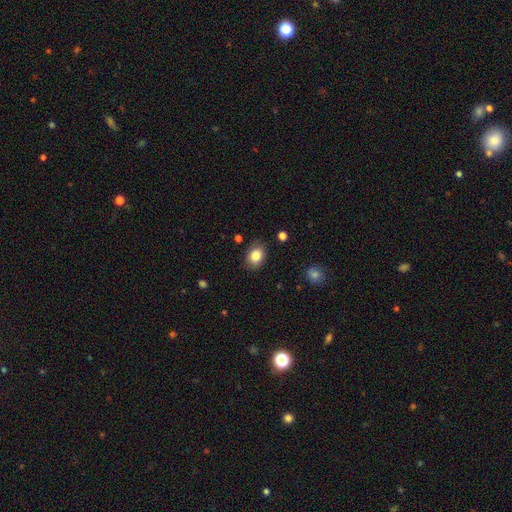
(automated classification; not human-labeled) Q: Smooth or featured?
A: smooth (83%); runner-up: star or artifact (9%)
Q: How rounded?
A: in between (67%); runner-up: round (32%)
Q: Merging?
A: none (84%); runner-up: minor disturbance (12%)